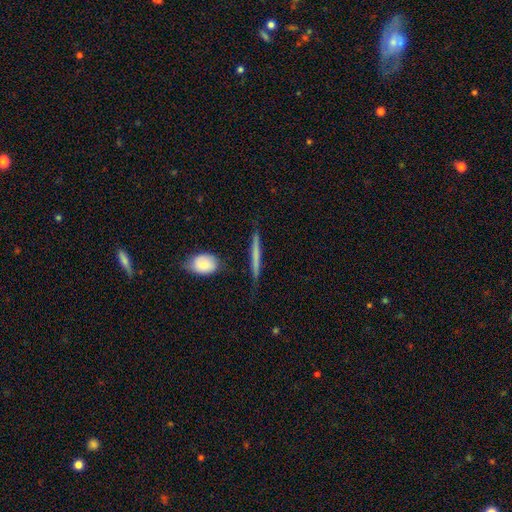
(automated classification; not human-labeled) Q: Smooth or featured?
A: smooth (49%); runner-up: featured or disk (45%)
Q: Merging?
A: none (82%); runner-up: minor disturbance (13%)